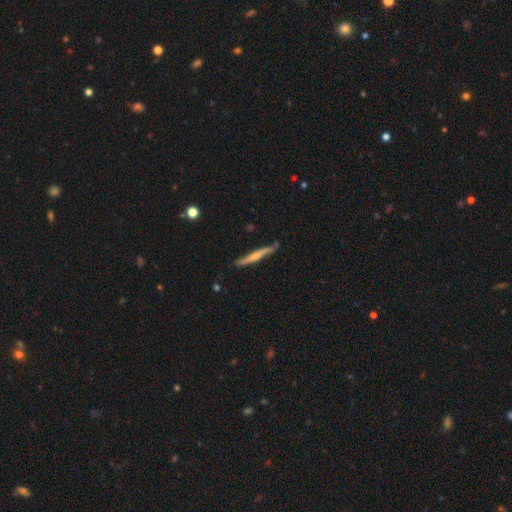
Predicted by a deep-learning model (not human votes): This appears to be a smooth galaxy with no disk features (51%) that is cigar-shaped (95%). Merging: none (77%).